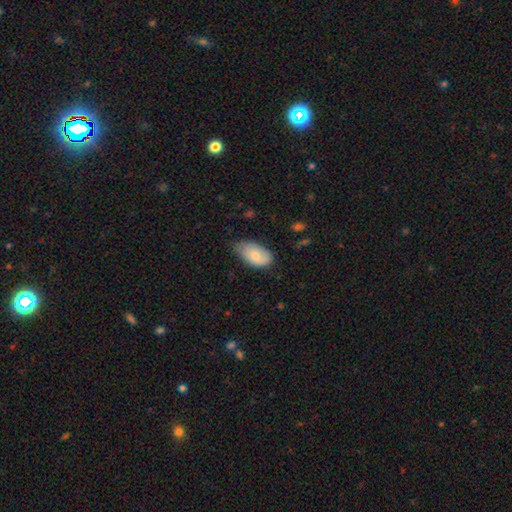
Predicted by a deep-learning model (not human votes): smooth 79%, featured or disk 15%, star or artifact 6%. Down the decision tree: how rounded — in between (95%); merging — none (55%).